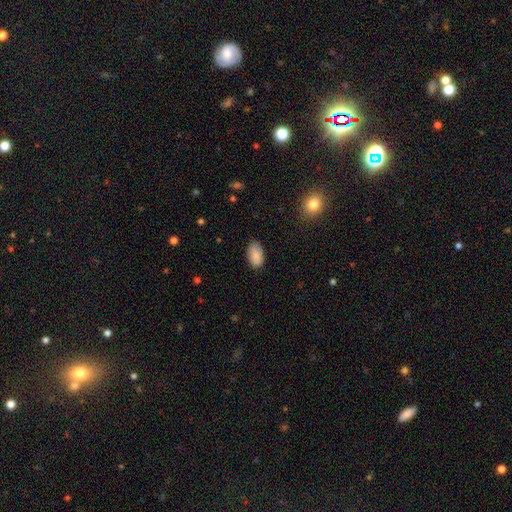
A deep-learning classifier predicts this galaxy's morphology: type=smooth (87%); roundness=in between (94%); merging=none (82%).